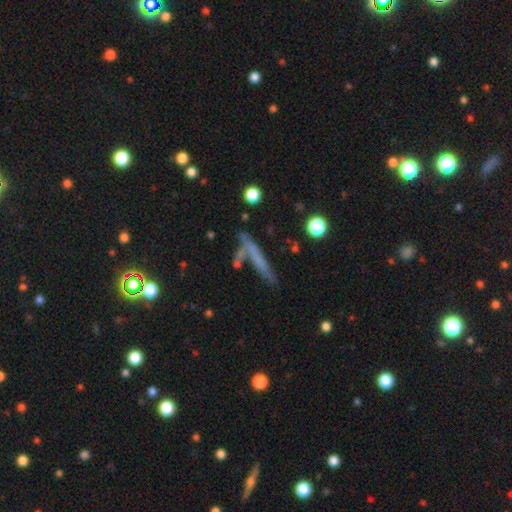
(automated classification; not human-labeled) smooth 50%, featured or disk 36%, star or artifact 14%. Down the decision tree: merging — none (55%).